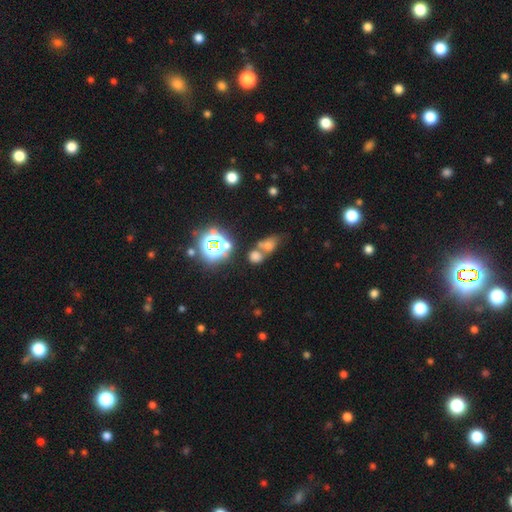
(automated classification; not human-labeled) smooth_or_featured: smooth (p=0.57) [alt: star or artifact p=0.30]
how_rounded: round (p=0.50) [alt: in between p=0.47]
merging: merger (p=0.47) [alt: none p=0.37]